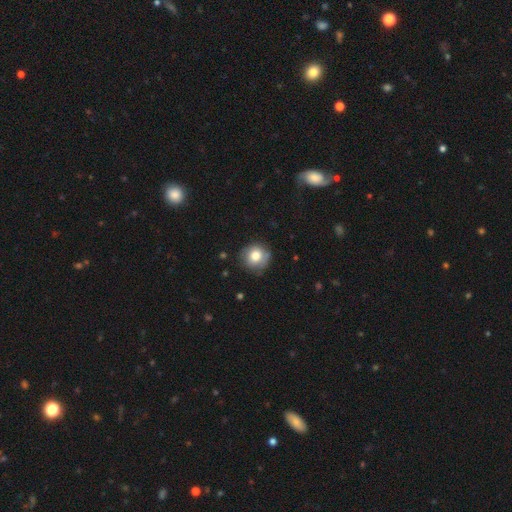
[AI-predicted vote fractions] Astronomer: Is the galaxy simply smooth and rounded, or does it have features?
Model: smooth — 77%.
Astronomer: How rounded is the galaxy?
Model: round — 89%.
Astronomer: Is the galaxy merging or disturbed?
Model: none — 77%.